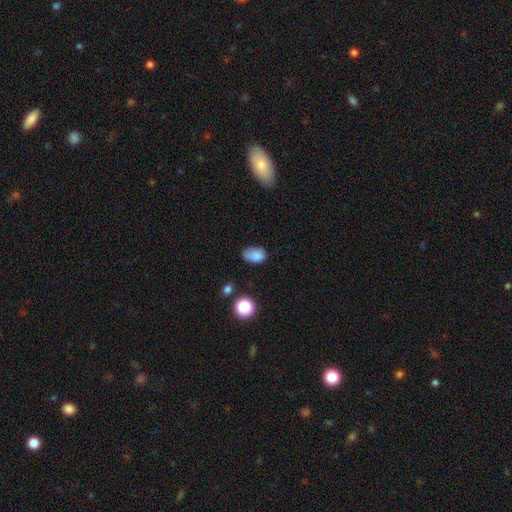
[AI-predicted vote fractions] This is clearly a smooth galaxy (81%). How rounded: clearly in between (83%). Merging: possibly none (54%).